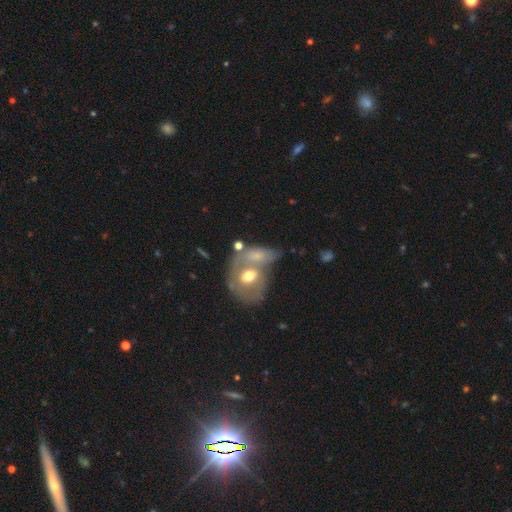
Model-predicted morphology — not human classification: Q: Smooth or featured?
A: smooth (50%); runner-up: featured or disk (41%)
Q: How rounded?
A: in between (67%); runner-up: round (28%)
Q: Merging?
A: merger (53%); runner-up: none (26%)